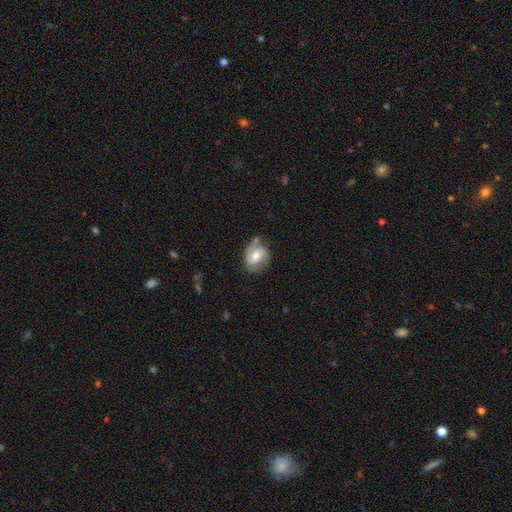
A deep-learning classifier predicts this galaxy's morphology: smooth_or_featured: featured or disk (p=0.55) [alt: smooth p=0.38]
disk_edge_on: no (p=0.96) [alt: yes p=0.04]
bar: weak (p=0.47) [alt: no p=0.34]
has_spiral_arms: yes (p=0.83) [alt: no p=0.17]
bulge_size: moderate (p=0.66) [alt: small p=0.23]
merging: none (p=0.62) [alt: minor disturbance p=0.24]